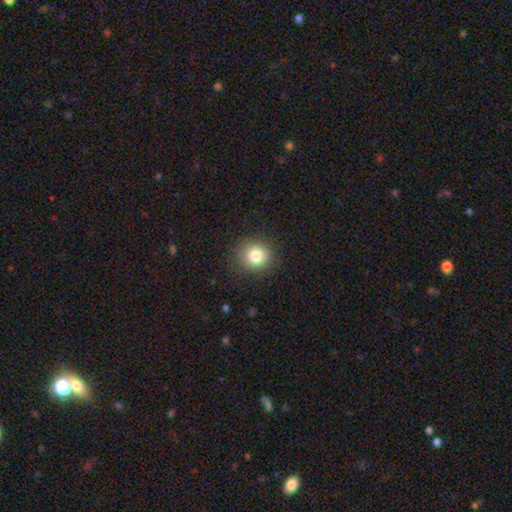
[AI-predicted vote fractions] Morphology: type=smooth (81%); roundness=round (90%); merging=none (88%).